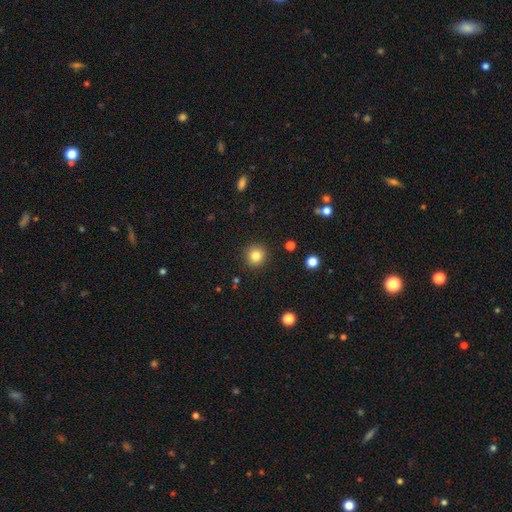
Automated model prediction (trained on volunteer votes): This appears to be a smooth galaxy with no disk features (82%) that is round (92%). Merging: none (90%).